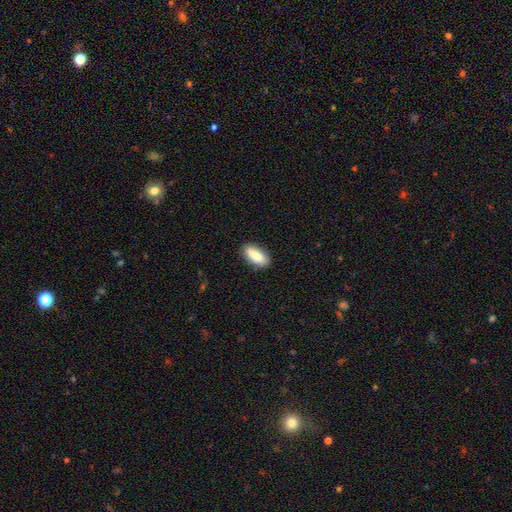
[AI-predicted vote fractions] smooth 86%, featured or disk 7%, star or artifact 6%. Down the decision tree: how rounded — in between (81%); merging — none (85%).